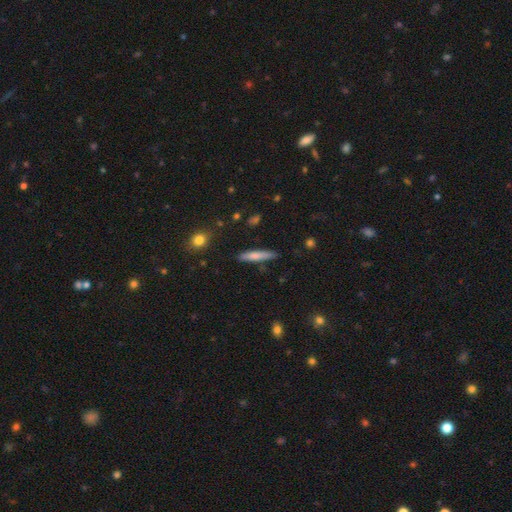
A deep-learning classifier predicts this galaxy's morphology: This is likely a smooth galaxy (74%). How rounded: clearly cigar-shaped (88%). Merging: clearly none (83%).